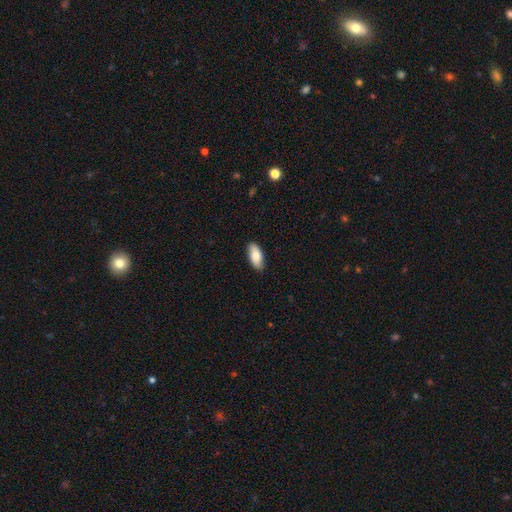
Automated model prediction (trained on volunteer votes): Overall: smooth (81%). How rounded: in between (87%). Merging: none (87%).